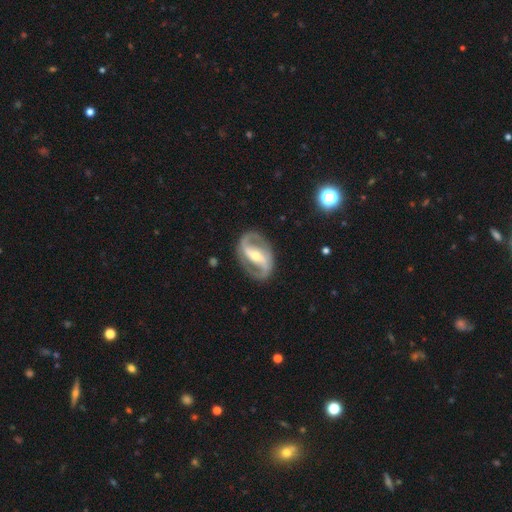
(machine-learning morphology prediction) Q: Smooth or featured?
A: featured or disk (90%); runner-up: smooth (6%)
Q: Edge-on disk?
A: no (97%); runner-up: yes (3%)
Q: Bar?
A: strong (59%); runner-up: weak (27%)
Q: Spiral arms?
A: yes (93%); runner-up: no (7%)
Q: Spiral winding?
A: medium (52%); runner-up: tight (24%)
Q: Spiral arm count?
A: 2 (93%); runner-up: can't tell (3%)
Q: Bulge size?
A: moderate (56%); runner-up: small (39%)
Q: Merging?
A: none (85%); runner-up: minor disturbance (10%)